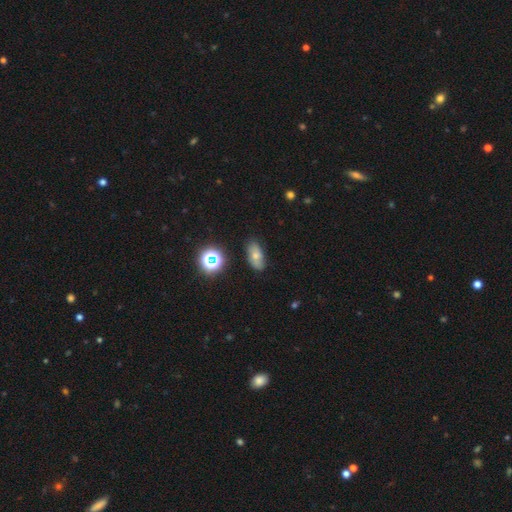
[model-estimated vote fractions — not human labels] This appears to be a smooth galaxy with no disk features (61%) that is in between round and cigar-shaped (84%). Merging: none (75%).